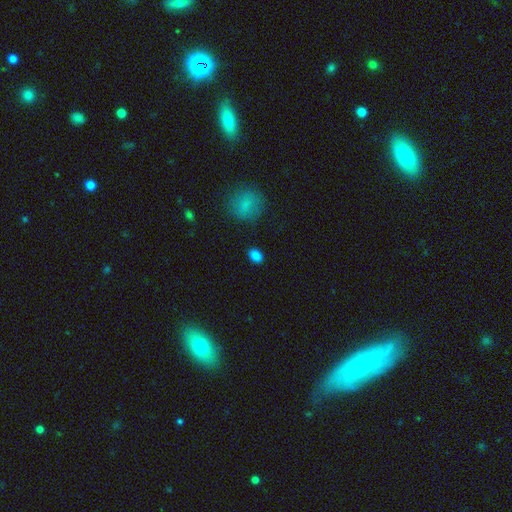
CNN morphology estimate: type=smooth (85%); roundness=in between (79%); merging=none (88%).